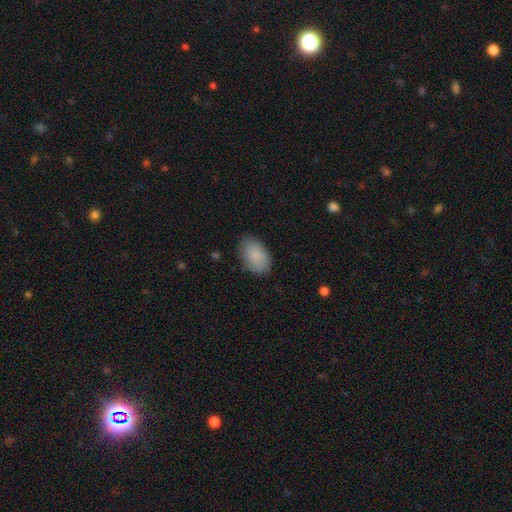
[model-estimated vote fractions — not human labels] Smooth or featured? Predicted: smooth (p=0.86). How rounded? Predicted: in between (p=0.91). Merging? Predicted: none (p=0.82).